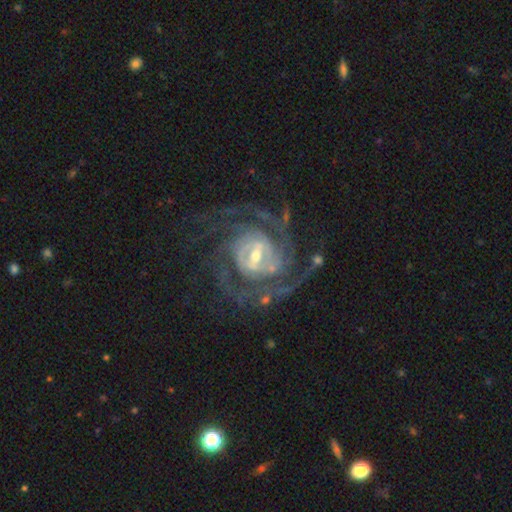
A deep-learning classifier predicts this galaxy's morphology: Overall: featured or disk (92%). Edge-on disk: no (97%). Bar: weak (48%; strong 34%). Spiral arms: yes (98%). Spiral arm count: 3 (21%, tied with 2). Spiral winding: tight (60%; medium 31%). Bulge size: moderate (50%; small 42%). Merging: none (69%).